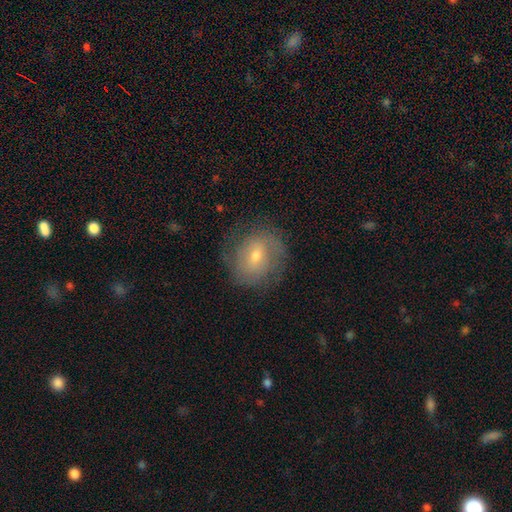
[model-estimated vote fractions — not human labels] A featured or disk galaxy (56%) with a weak bar (45%), spiral arms (76%) and a moderate central bulge (48%). Merging: none (76%).